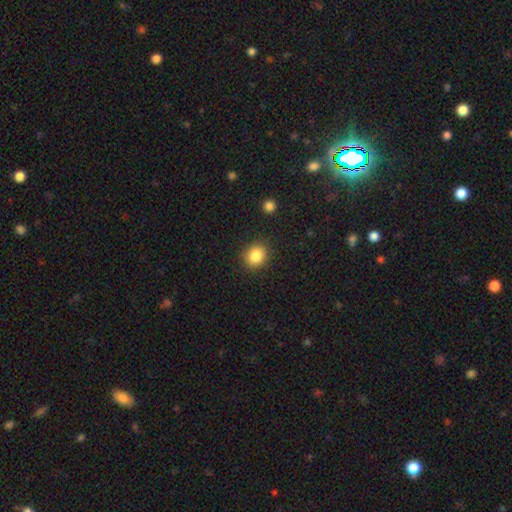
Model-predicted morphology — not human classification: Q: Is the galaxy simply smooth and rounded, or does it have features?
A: smooth — 85%.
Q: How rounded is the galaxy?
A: round — 72%.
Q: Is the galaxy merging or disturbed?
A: none — 88%.